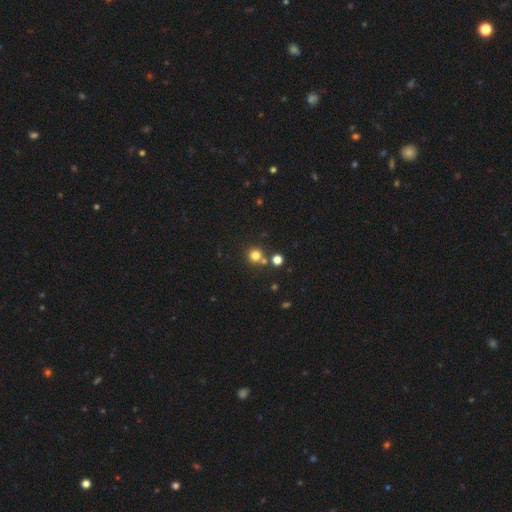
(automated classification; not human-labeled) Smooth or featured?
  - smooth: 77% *
  - star or artifact: 16%
  - featured or disk: 7%
How rounded?
  - round: 92% *
  - in between: 7%
  - cigar-shaped: 1%
Merging?
  - none: 71% *
  - merger: 19%
  - minor disturbance: 7%
  - major disturbance: 3%